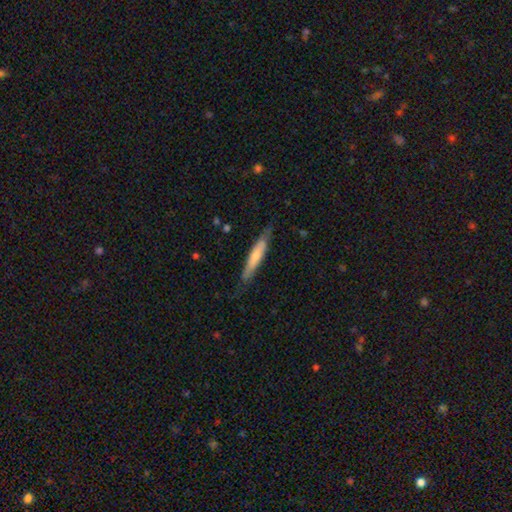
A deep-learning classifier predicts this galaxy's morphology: Smooth or featured: smooth — 57% (featured or disk — 38%)
How rounded: cigar-shaped — 88% (in between — 11%)
Merging: none — 75% (minor disturbance — 19%)